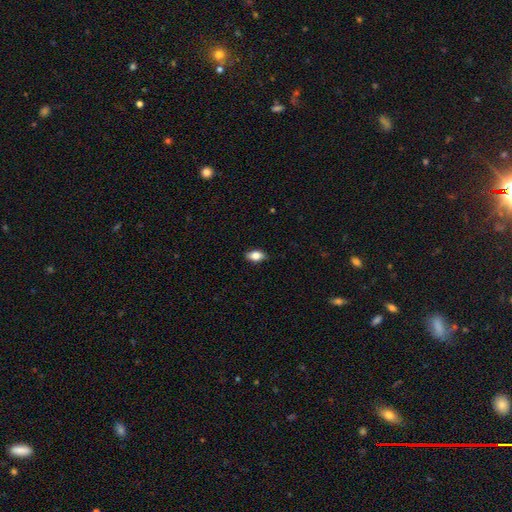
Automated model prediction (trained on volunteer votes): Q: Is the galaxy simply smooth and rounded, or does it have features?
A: smooth — 81%.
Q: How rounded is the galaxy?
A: in between — 89%.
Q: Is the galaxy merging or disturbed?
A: none — 87%.